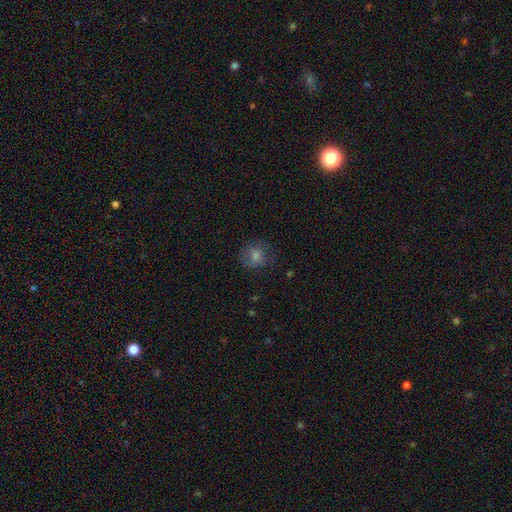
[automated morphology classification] Overall: smooth (65%). How rounded: round (83%). Merging: none (77%).